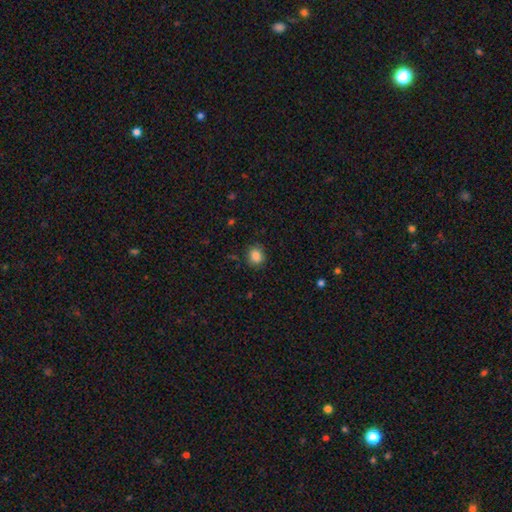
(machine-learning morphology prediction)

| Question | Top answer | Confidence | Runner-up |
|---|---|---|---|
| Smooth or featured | smooth | 86% | star or artifact (10%) |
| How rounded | round | 70% | in between (29%) |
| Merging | none | 85% | minor disturbance (11%) |